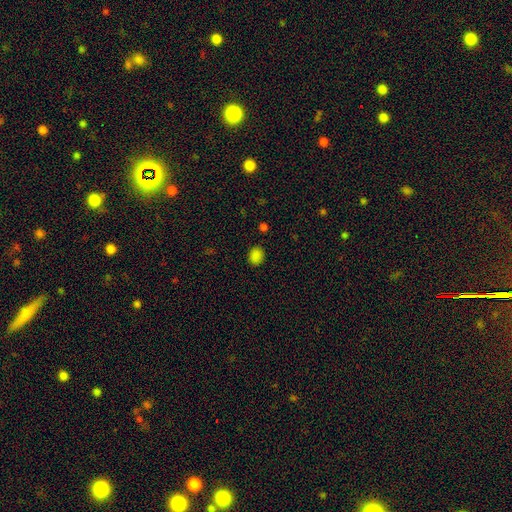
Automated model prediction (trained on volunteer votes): Smooth or featured?
  - smooth: 83% *
  - star or artifact: 14%
  - featured or disk: 3%
How rounded?
  - in between: 51% *
  - round: 48%
  - cigar-shaped: 1%
Merging?
  - none: 86% *
  - minor disturbance: 10%
  - major disturbance: 2%
  - merger: 2%